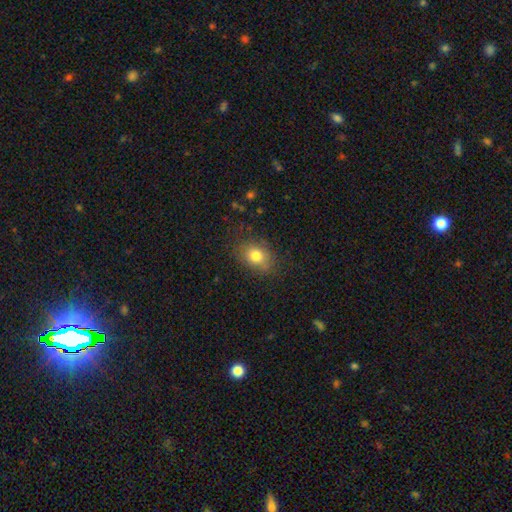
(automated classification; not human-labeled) This appears to be a smooth galaxy with no disk features (79%) that is in between round and cigar-shaped (65%). Merging: none (76%).